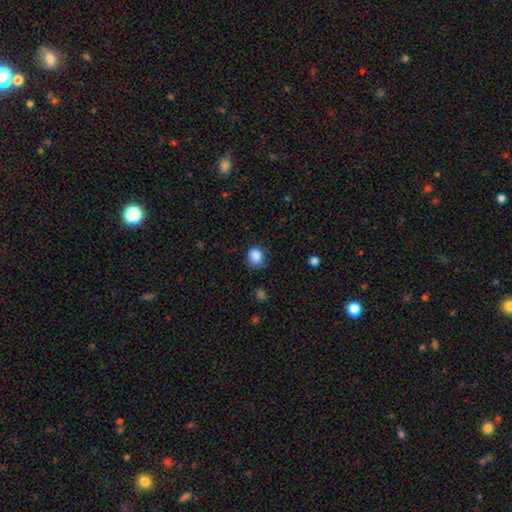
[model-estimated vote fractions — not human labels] A smooth galaxy with no disk features (87%) that is round (76%).

Vote fractions:
- Smooth or featured? smooth: 87% / star or artifact: 10% / featured or disk: 3%
- How rounded? round: 76% / in between: 23% / cigar-shaped: 1%
- Merging? none: 72% / minor disturbance: 21% / major disturbance: 5% / merger: 2%